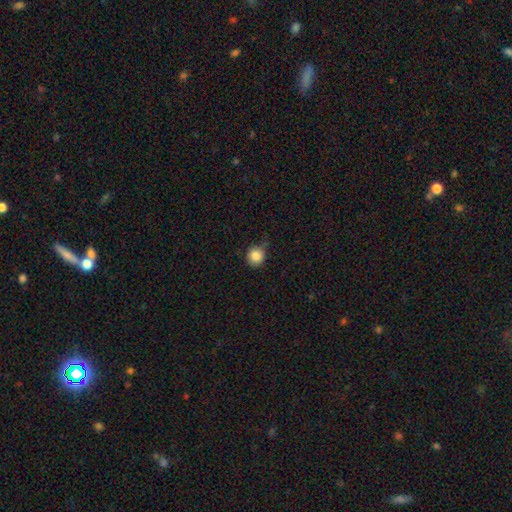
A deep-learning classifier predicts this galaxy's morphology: A smooth galaxy with no disk features (86%) that is round (90%). Merging: none (69%).